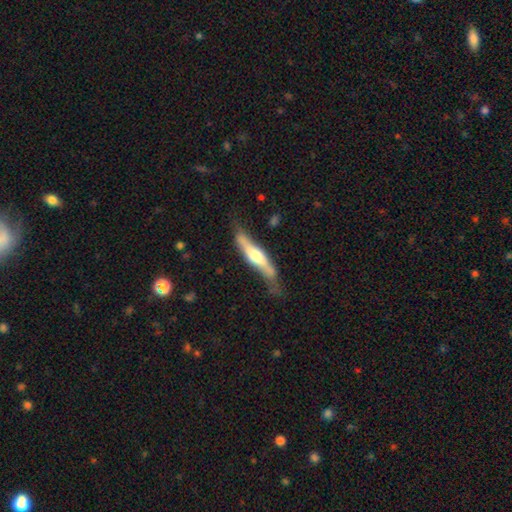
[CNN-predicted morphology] Smooth or featured?
  - featured or disk: 57% *
  - smooth: 38%
  - star or artifact: 5%
Edge-on disk?
  - yes: 84% *
  - no: 16%
Merging?
  - none: 62% *
  - minor disturbance: 27%
  - major disturbance: 9%
  - merger: 3%